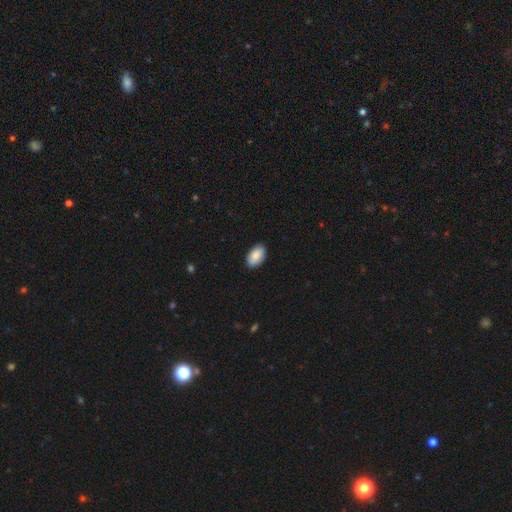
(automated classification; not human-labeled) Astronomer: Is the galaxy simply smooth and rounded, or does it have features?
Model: smooth — 88%.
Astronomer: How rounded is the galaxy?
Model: in between — 94%.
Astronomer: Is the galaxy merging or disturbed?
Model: none — 89%.